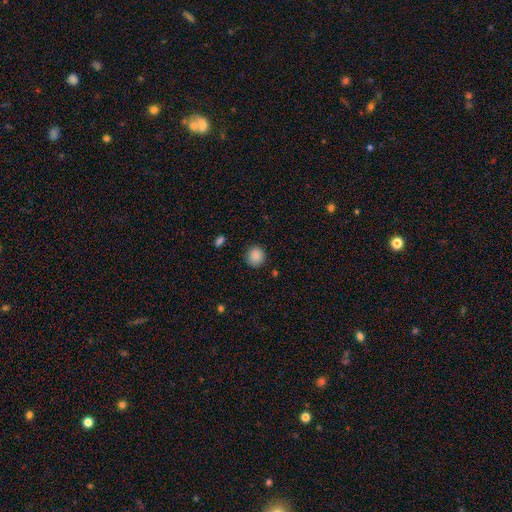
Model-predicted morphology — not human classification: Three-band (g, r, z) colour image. It shows a smooth galaxy with no disk features (87%) that is round (92%). Merging: none (88%).